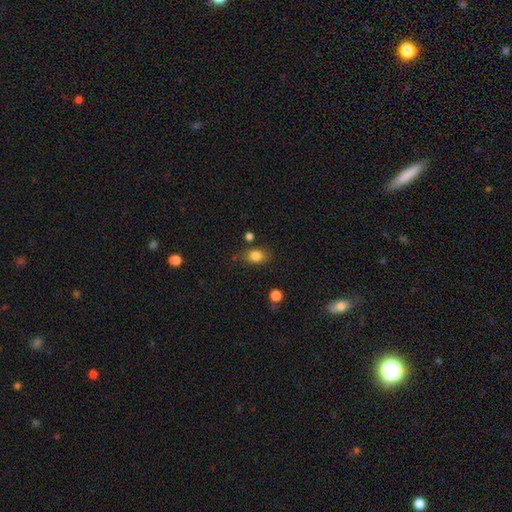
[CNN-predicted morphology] type=smooth (83%); roundness=in between (67%); merging=none (77%).